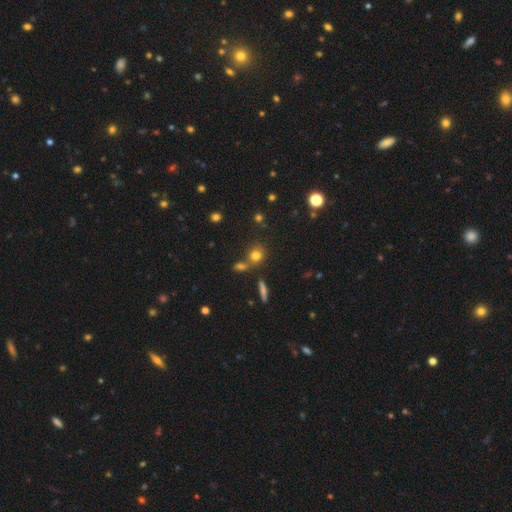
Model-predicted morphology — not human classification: smooth 75%, star or artifact 15%, featured or disk 10%. Down the decision tree: how rounded — round (75%); merging — none (64%).